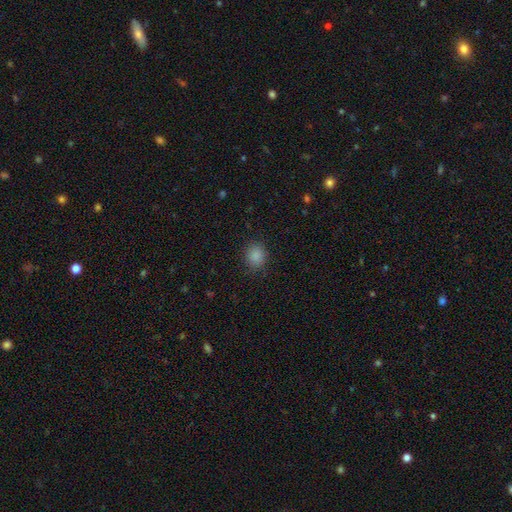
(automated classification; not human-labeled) Overall: smooth (86%). How rounded: round (69%; in between 30%). Merging: none (87%).